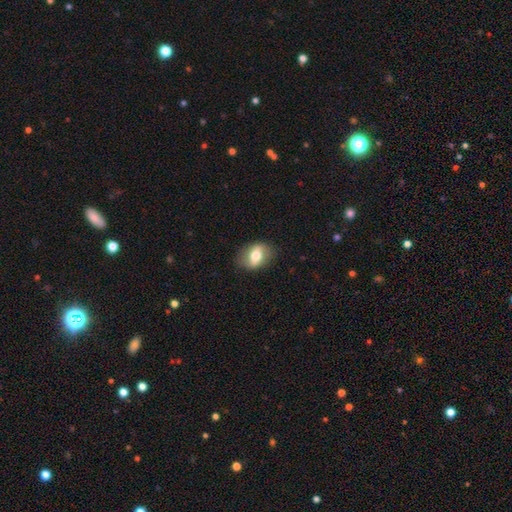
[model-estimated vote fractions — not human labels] This is possibly a smooth galaxy (55%). How rounded: likely in between (74%). Merging: clearly none (81%).